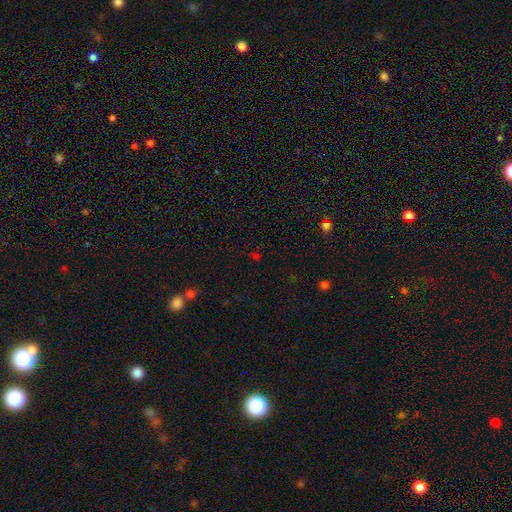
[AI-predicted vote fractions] Smooth or featured: star or artifact — 58% (smooth — 35%)